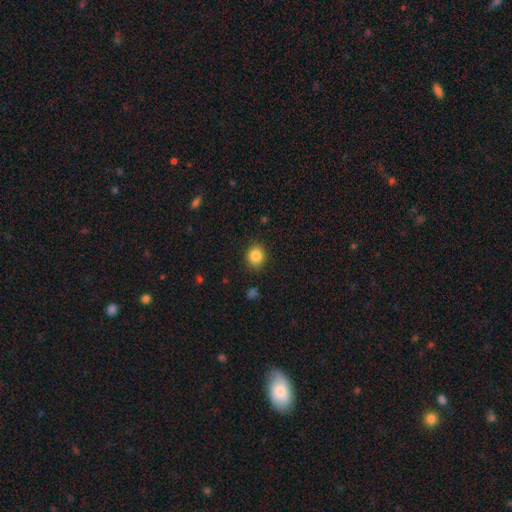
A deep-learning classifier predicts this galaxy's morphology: This appears to be a smooth galaxy with no disk features (85%) that is round (74%). Merging: none (87%).